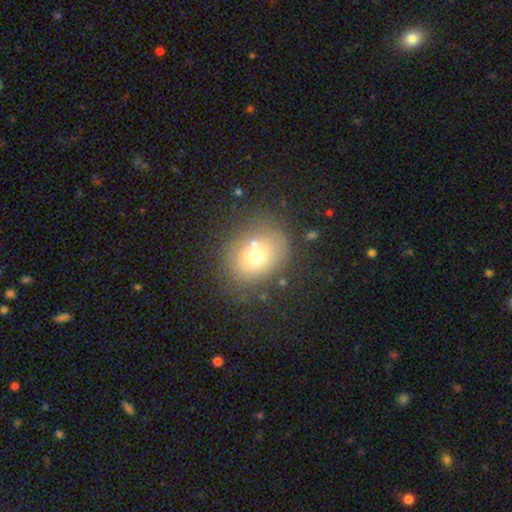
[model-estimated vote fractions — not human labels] A smooth galaxy with no disk features (67%) that is round (56%). Merging: none (67%).